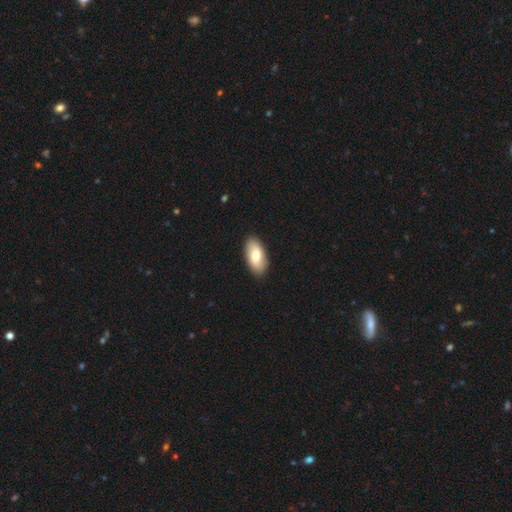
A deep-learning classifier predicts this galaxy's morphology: This appears to be a smooth galaxy with no disk features (74%) that is in between round and cigar-shaped (94%). Merging: none (90%).